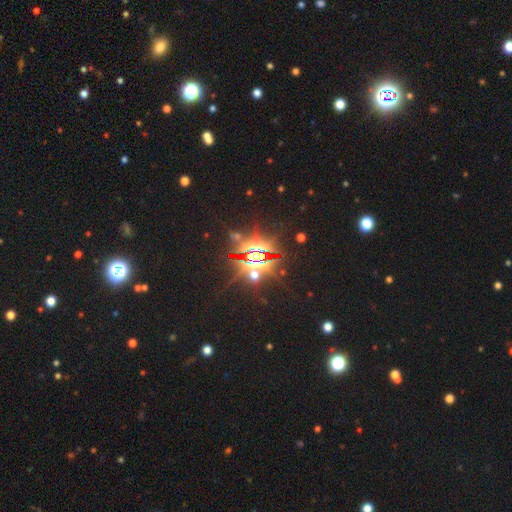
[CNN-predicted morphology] Smooth or featured?
  - star or artifact: 82% *
  - smooth: 9%
  - featured or disk: 9%